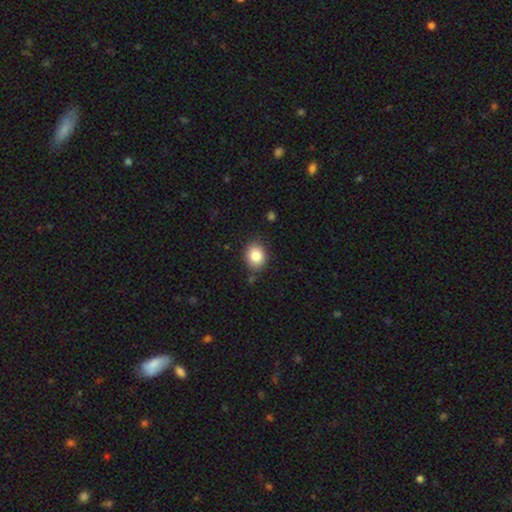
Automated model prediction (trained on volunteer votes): Smooth or featured? Predicted: smooth (p=0.84). How rounded? Predicted: round (p=0.51). Merging? Predicted: none (p=0.82).